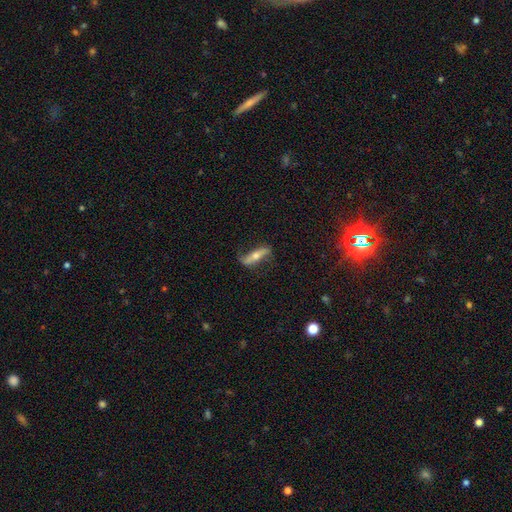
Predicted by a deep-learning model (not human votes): A featured or disk galaxy (68%) viewed edge-on (50%, tied with no). Merging: none (72%).